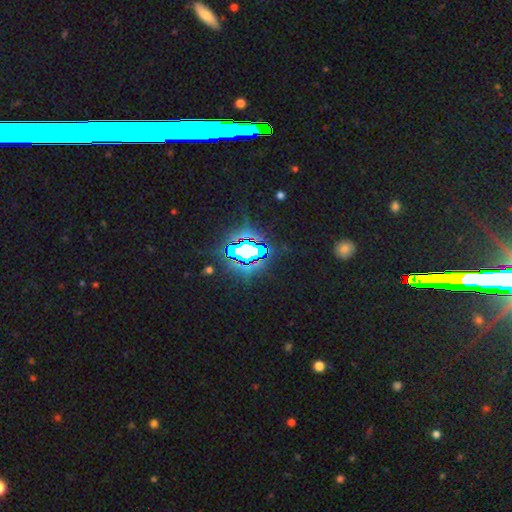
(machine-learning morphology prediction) smooth-or-featured: star or artifact: 79% | smooth: 12% | featured or disk: 9%